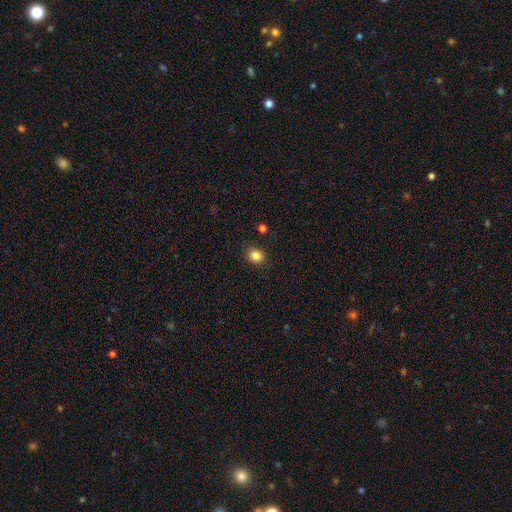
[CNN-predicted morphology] smooth-or-featured: smooth: 84% | star or artifact: 11% | featured or disk: 5%
  how-rounded: round: 75% | in between: 24% | cigar-shaped: 1%
  merging: none: 88% | minor disturbance: 8% | major disturbance: 2% | merger: 2%